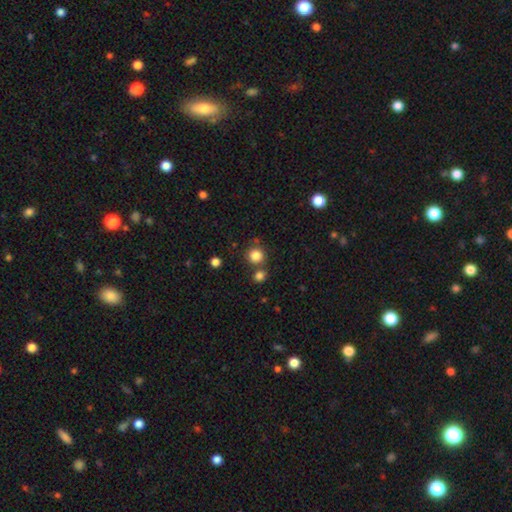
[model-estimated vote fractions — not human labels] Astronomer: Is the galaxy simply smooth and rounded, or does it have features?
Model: smooth — 83%.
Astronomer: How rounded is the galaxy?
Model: round — 92%.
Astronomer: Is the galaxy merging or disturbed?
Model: none — 74%.